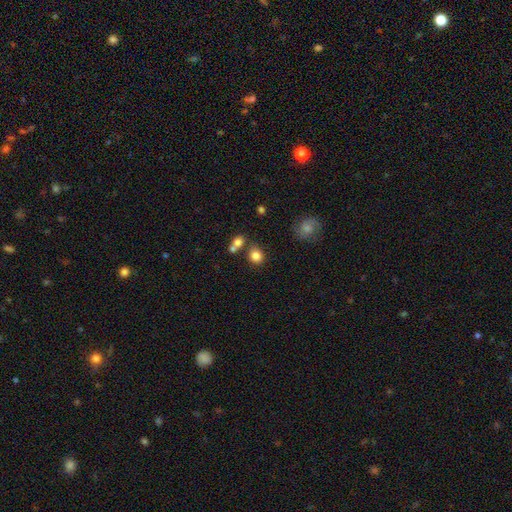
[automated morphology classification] Smooth or featured? smooth (81%)
How rounded? round (67%)
Merging? none (65%)